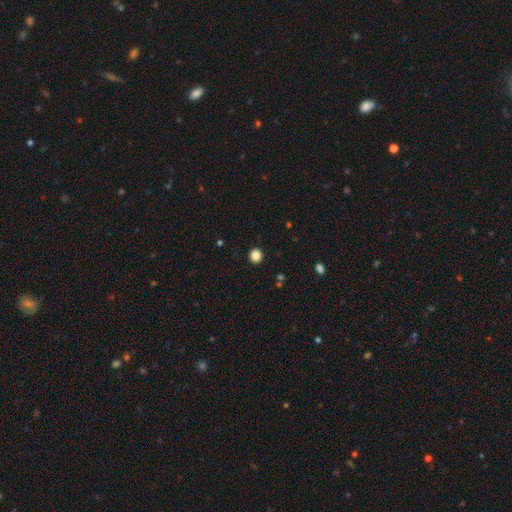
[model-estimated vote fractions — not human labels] Smooth or featured? smooth (85%)
How rounded? round (85%)
Merging? none (92%)